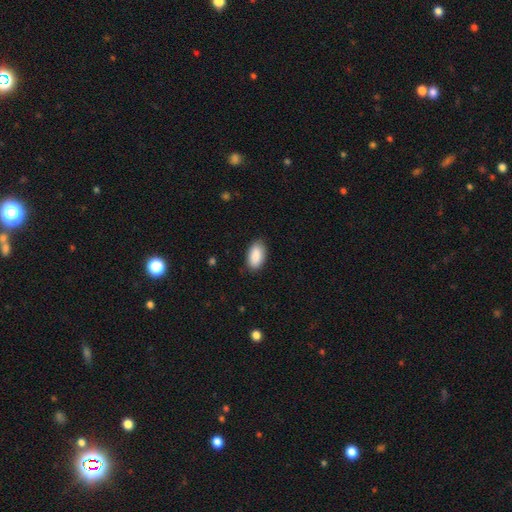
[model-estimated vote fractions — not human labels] smooth 89%, star or artifact 6%, featured or disk 5%. Down the decision tree: how rounded — in between (94%); merging — none (84%).